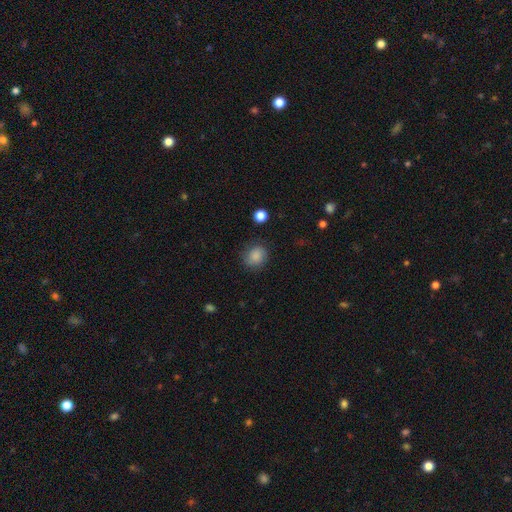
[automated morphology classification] A smooth galaxy with no disk features (83%) that is round (72%). Merging: none (79%).